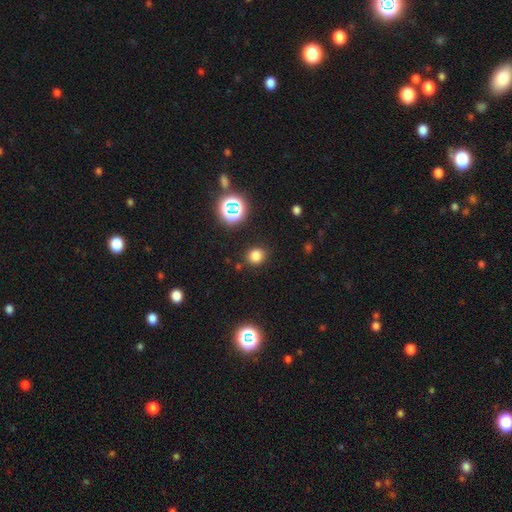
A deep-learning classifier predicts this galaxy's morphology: Q: Smooth or featured?
A: smooth (77%); runner-up: star or artifact (18%)
Q: How rounded?
A: round (80%); runner-up: in between (19%)
Q: Merging?
A: none (86%); runner-up: minor disturbance (9%)